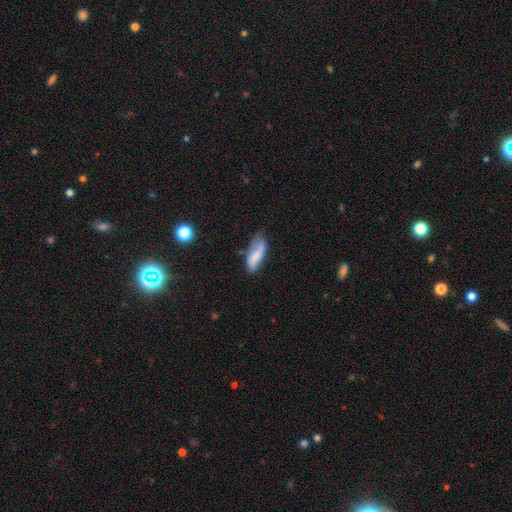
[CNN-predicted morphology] Smooth or featured? Predicted: smooth (p=0.69). How rounded? Predicted: in between (p=0.69). Merging? Predicted: none (p=0.43).